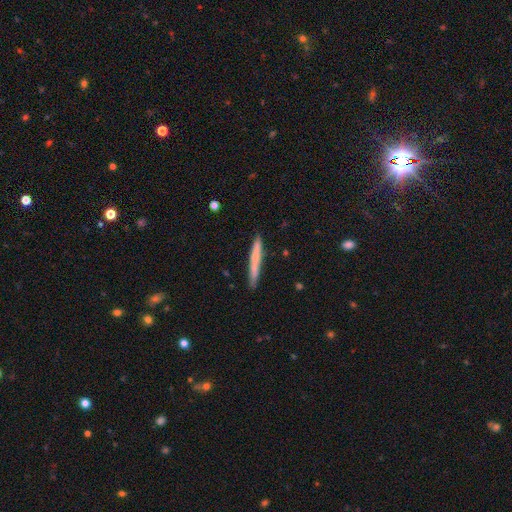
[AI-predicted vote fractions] A smooth galaxy with no disk features (63%) that is cigar-shaped (96%). Merging: none (86%).